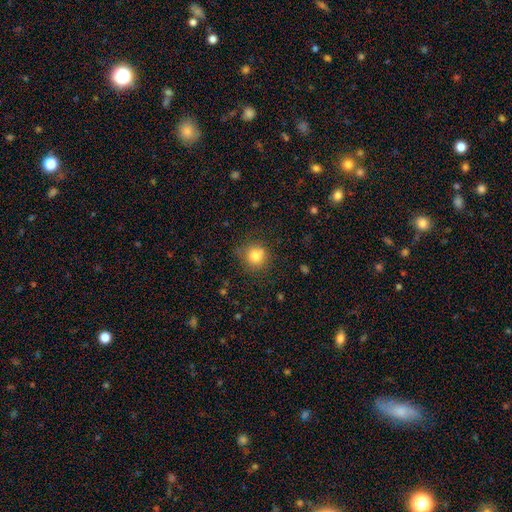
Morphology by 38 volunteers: Smooth or featured: smooth — 82% (featured or disk — 11%)
How rounded: round — 84% (in between — 13%)
Merging: none — 74% (minor disturbance — 9%)